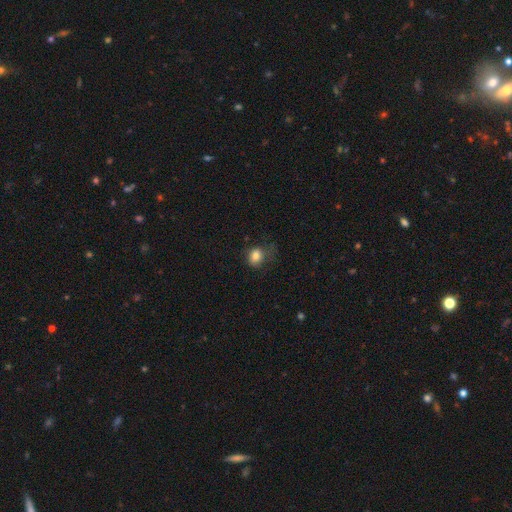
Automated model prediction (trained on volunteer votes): A smooth galaxy with no disk features (81%) that is round (57%). Merging: none (52%).